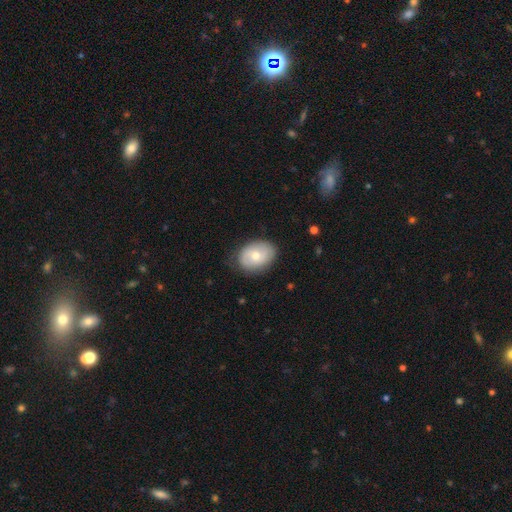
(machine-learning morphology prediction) type=smooth (64%); roundness=in between (71%); merging=none (80%).